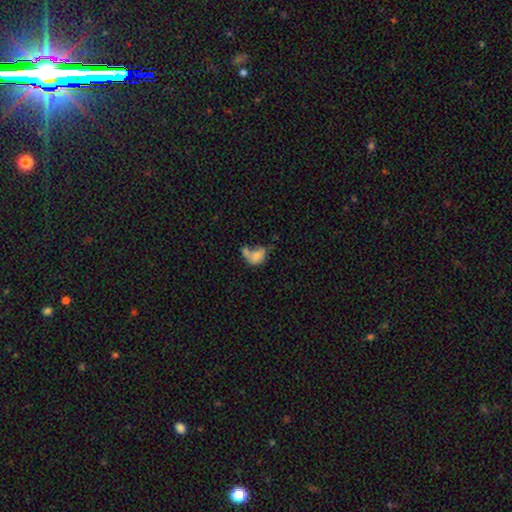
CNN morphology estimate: Smooth or featured? smooth (72%)
How rounded? in between (79%)
Merging? merger (51%)